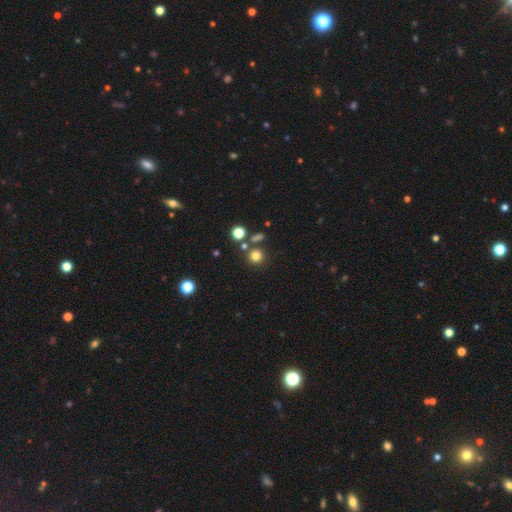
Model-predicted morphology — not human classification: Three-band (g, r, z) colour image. It shows a smooth galaxy with no disk features (77%) that is round (91%). Merging: none (76%).